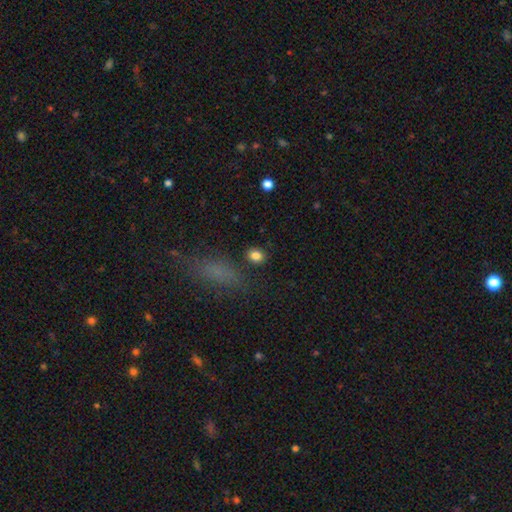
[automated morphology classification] The model was most divided on "how rounded": round: 62%, in between: 37%, cigar-shaped: 2%. More confident: merging — none (85%); smooth or featured — smooth (83%).